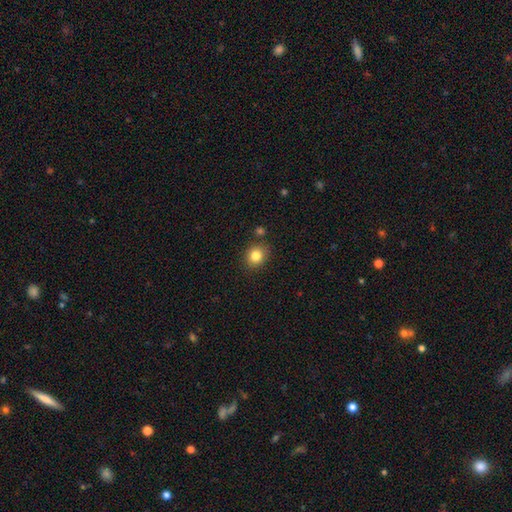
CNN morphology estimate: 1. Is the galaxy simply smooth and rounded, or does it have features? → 83% smooth, 11% star or artifact, 6% featured or disk.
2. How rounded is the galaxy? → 76% round, 23% in between, 1% cigar-shaped.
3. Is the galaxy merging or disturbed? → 83% none, 10% minor disturbance, 5% merger, 3% major disturbance.